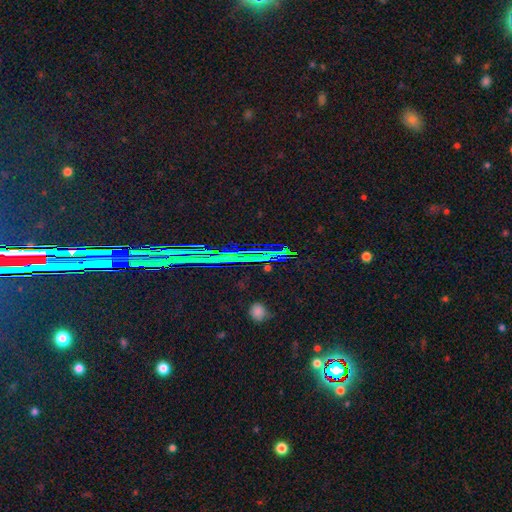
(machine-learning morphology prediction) This is likely a star or artifact rather than a galaxy (79%).